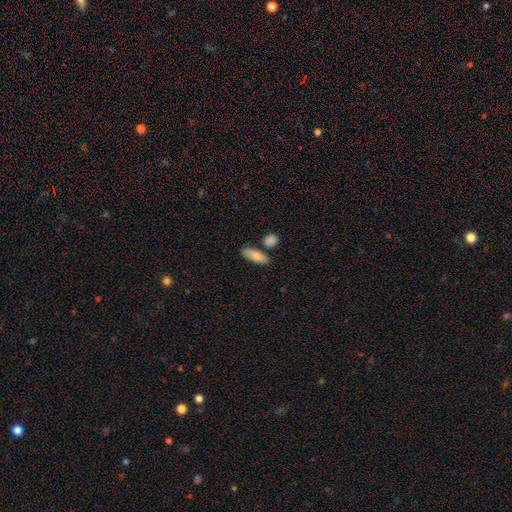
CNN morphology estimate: The model was most divided on "how rounded": in between: 74%, cigar-shaped: 23%, round: 4%. More confident: smooth or featured — smooth (83%); merging — none (72%).